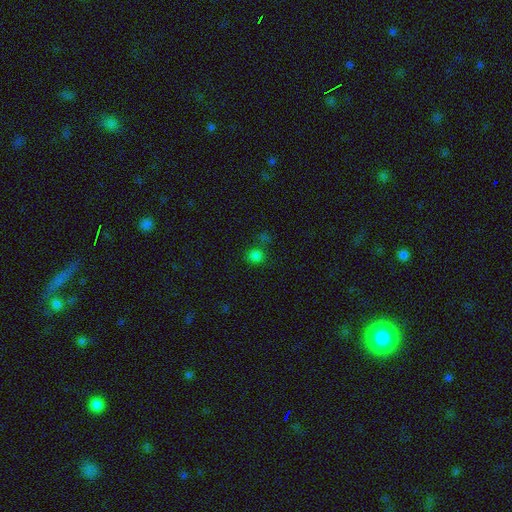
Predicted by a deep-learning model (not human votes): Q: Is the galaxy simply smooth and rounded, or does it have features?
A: smooth — 74%.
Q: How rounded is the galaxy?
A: round — 87%.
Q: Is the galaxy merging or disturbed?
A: none — 72%.